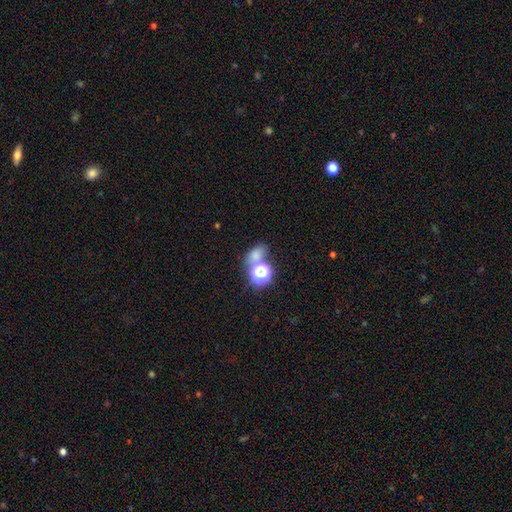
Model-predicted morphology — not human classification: type=smooth (64%); roundness=in between (59%); merging=none (54%).